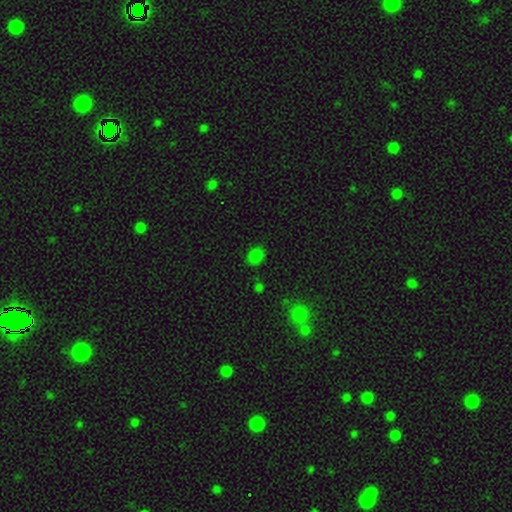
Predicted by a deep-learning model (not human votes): Smooth or featured?
  - smooth: 80% *
  - star or artifact: 17%
  - featured or disk: 4%
How rounded?
  - round: 57% *
  - in between: 42%
  - cigar-shaped: 1%
Merging?
  - none: 84% *
  - minor disturbance: 11%
  - major disturbance: 3%
  - merger: 2%